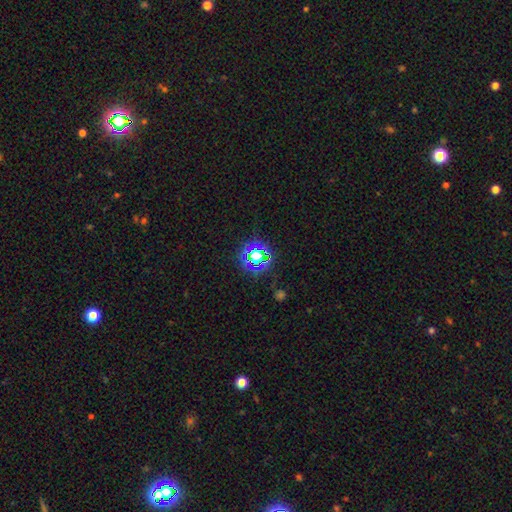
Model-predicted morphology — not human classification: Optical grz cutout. It shows a star or artifact, not a galaxy (64%).